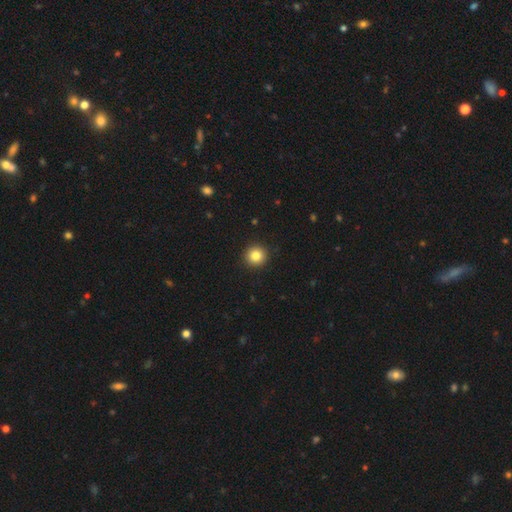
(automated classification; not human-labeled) Smooth or featured?
  - smooth: 84% *
  - star or artifact: 10%
  - featured or disk: 5%
How rounded?
  - round: 95% *
  - in between: 4%
  - cigar-shaped: 1%
Merging?
  - none: 93% *
  - minor disturbance: 5%
  - major disturbance: 2%
  - merger: 1%